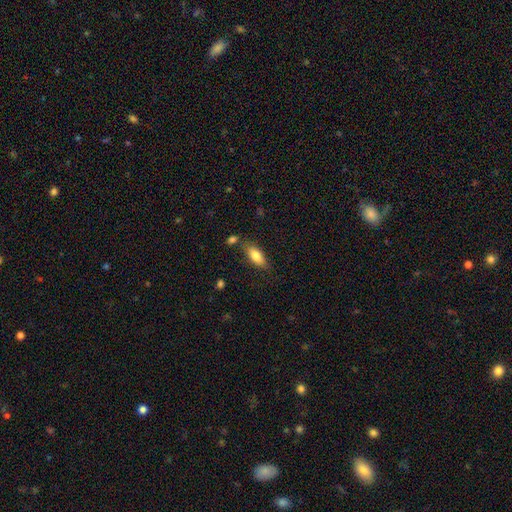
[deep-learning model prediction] The model was most divided on "merging": none: 76%, minor disturbance: 15%, merger: 6%, major disturbance: 3%. More confident: how rounded — in between (80%); smooth or featured — smooth (79%).